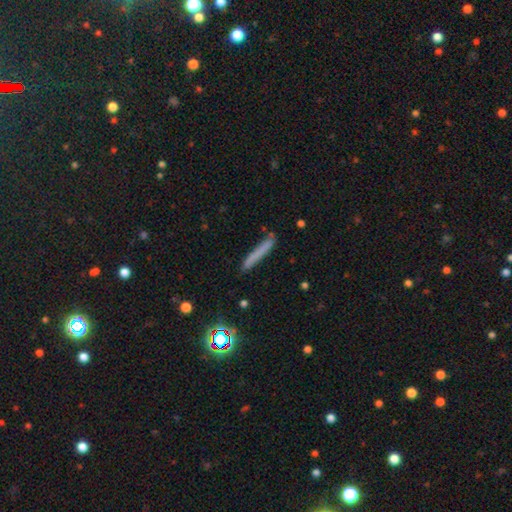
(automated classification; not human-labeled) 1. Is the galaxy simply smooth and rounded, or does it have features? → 70% smooth, 21% featured or disk, 9% star or artifact.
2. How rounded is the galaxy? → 96% cigar-shaped, 3% in between, 1% round.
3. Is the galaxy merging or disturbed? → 82% none, 13% minor disturbance, 3% major disturbance, 2% merger.